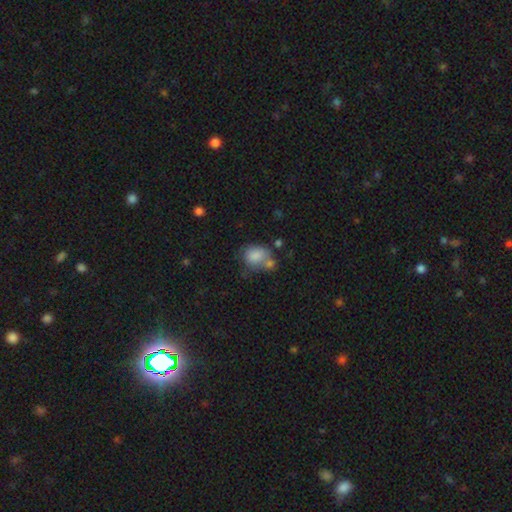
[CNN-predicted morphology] This appears to be a smooth galaxy with no disk features (82%) that is in between round and cigar-shaped (54%). Merging: none (42%).